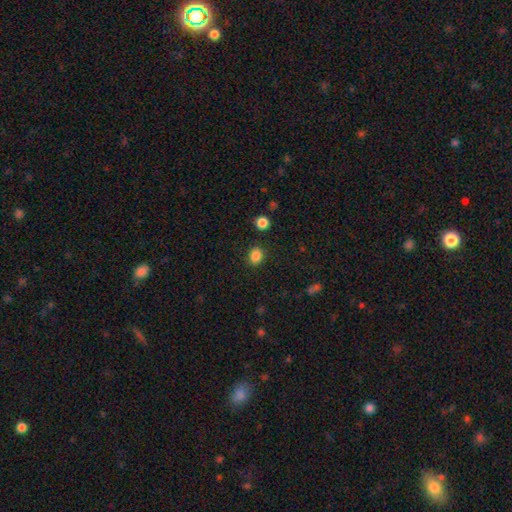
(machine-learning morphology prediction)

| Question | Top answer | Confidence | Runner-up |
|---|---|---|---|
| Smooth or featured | smooth | 86% | star or artifact (11%) |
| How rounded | round | 50% | in between (49%) |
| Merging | none | 87% | minor disturbance (8%) |